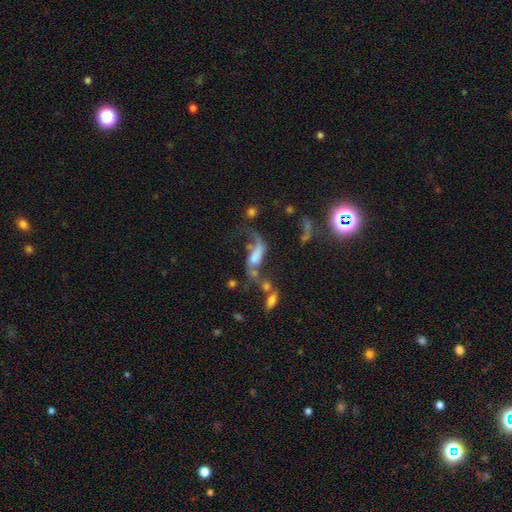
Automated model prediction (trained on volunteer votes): Smooth or featured? featured or disk (66%)
Edge-on disk? no (92%)
Bar? no (54%)
Spiral arms? yes (80%)
Bulge size? none (35%)
Merging? major disturbance (29%)